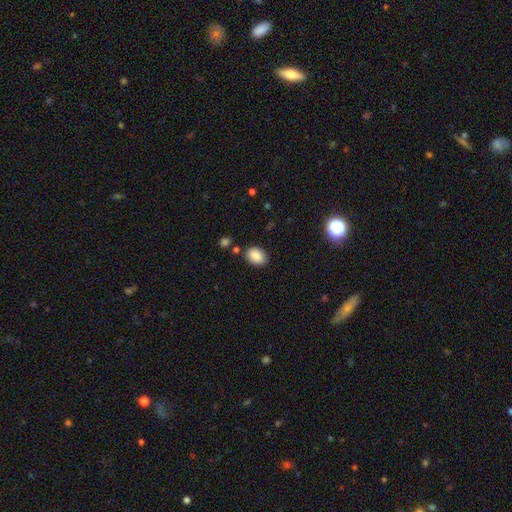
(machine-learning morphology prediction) type=smooth (88%); roundness=in between (77%); merging=none (80%).